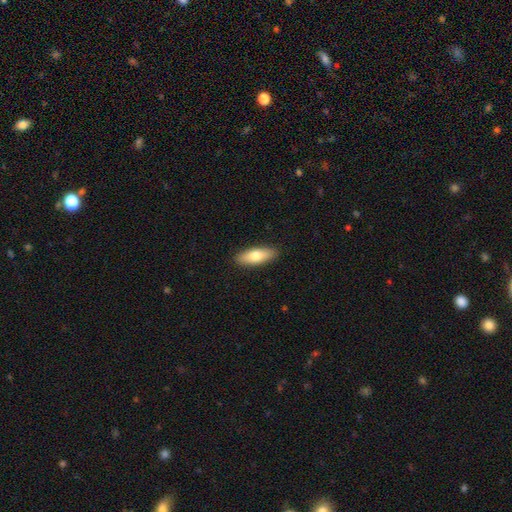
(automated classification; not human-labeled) Smooth or featured?
  - smooth: 74% *
  - featured or disk: 20%
  - star or artifact: 6%
How rounded?
  - in between: 63% *
  - cigar-shaped: 34%
  - round: 2%
Merging?
  - none: 90% *
  - minor disturbance: 7%
  - major disturbance: 2%
  - merger: 1%